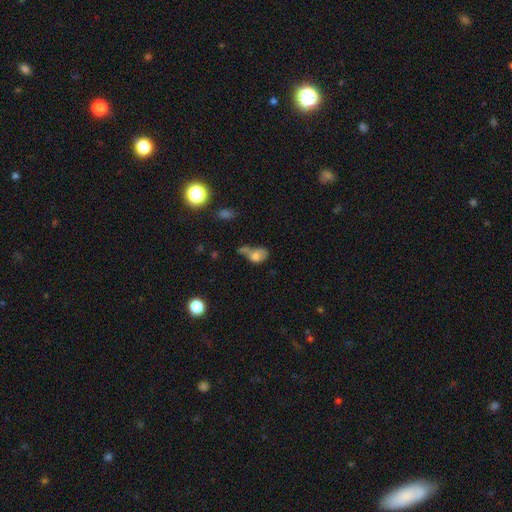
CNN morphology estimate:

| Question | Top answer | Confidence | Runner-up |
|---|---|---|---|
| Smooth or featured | smooth | 65% | featured or disk (23%) |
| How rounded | in between | 77% | round (21%) |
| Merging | merger | 34% | major disturbance (25%) |